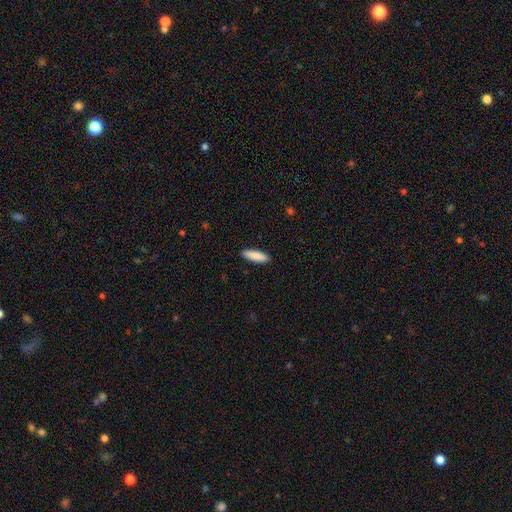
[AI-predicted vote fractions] Smooth or featured: smooth — 88% (featured or disk — 6%)
How rounded: cigar-shaped — 63% (in between — 36%)
Merging: none — 90% (minor disturbance — 7%)